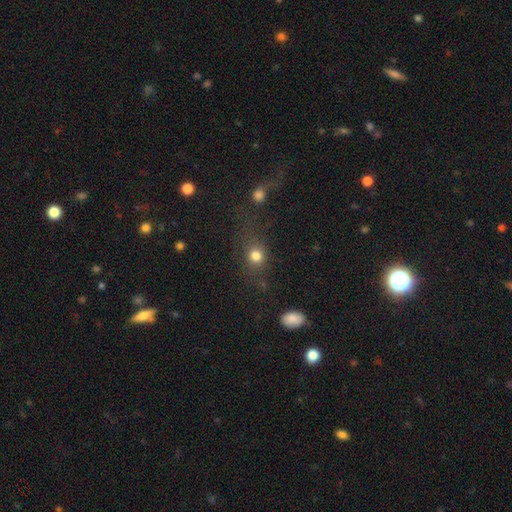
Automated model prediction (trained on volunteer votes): Smooth or featured? Predicted: smooth (p=0.77). How rounded? Predicted: round (p=0.76). Merging? Predicted: none (p=0.60).